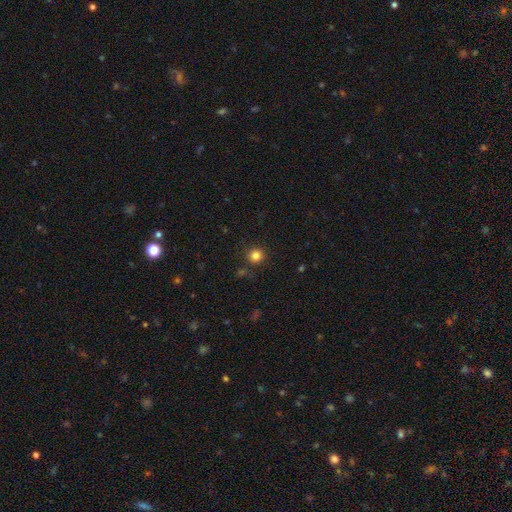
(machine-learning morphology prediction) Overall: smooth (83%). How rounded: round (93%). Merging: none (88%).